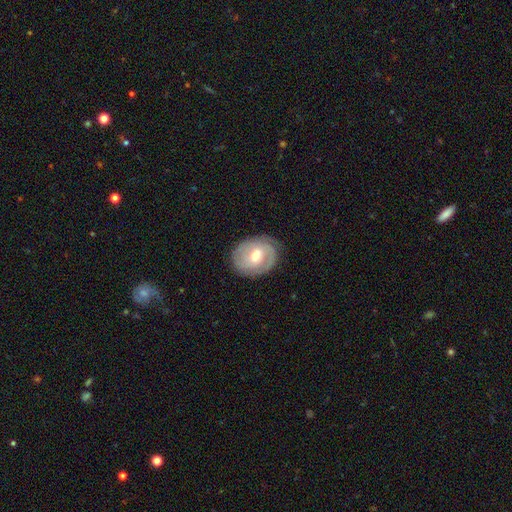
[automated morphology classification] This is likely a featured or disk galaxy (69%). It is clearly not viewed edge-on (96%). Bar: possibly weak (48%). Spiral arm pattern: clearly yes (84%). Spiral arm count: possibly 2 (54%). Spiral winding: possibly tight (56%). Central bulge: likely moderate (72%). Merging: clearly none (80%).